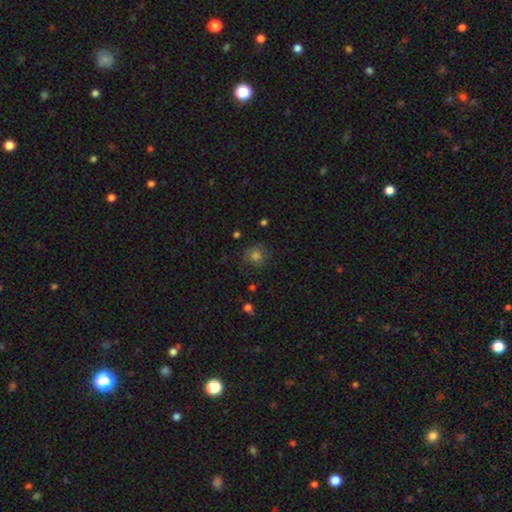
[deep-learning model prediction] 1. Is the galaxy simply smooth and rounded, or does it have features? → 74% smooth, 17% star or artifact, 9% featured or disk.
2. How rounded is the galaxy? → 86% round, 13% in between, 1% cigar-shaped.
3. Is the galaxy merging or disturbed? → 75% none, 17% minor disturbance, 6% major disturbance, 2% merger.